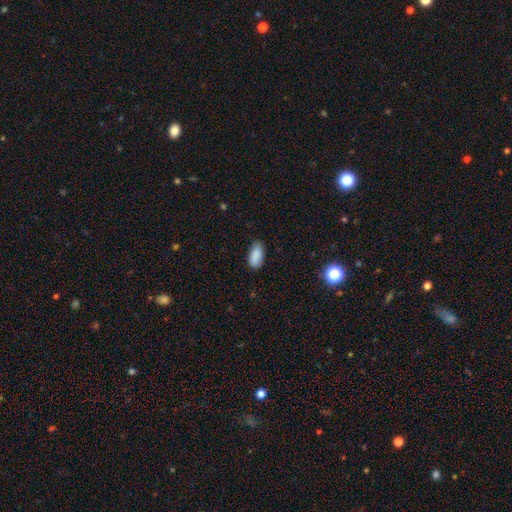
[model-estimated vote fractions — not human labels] This is clearly a smooth galaxy (88%). How rounded: clearly in between (90%). Merging: clearly none (83%).